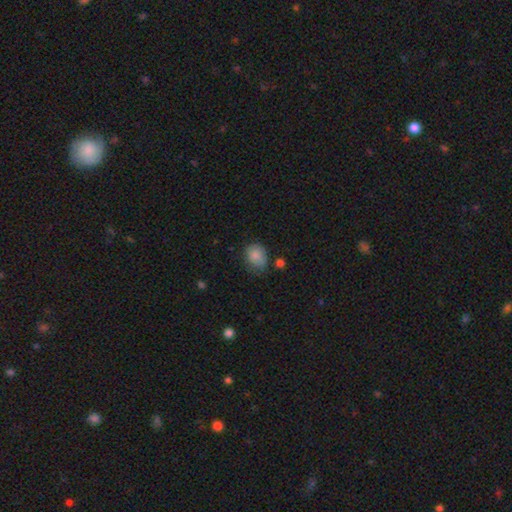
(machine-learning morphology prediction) Smooth or featured: smooth — 84% (star or artifact — 9%)
How rounded: in between — 51% (round — 48%)
Merging: none — 61% (minor disturbance — 29%)